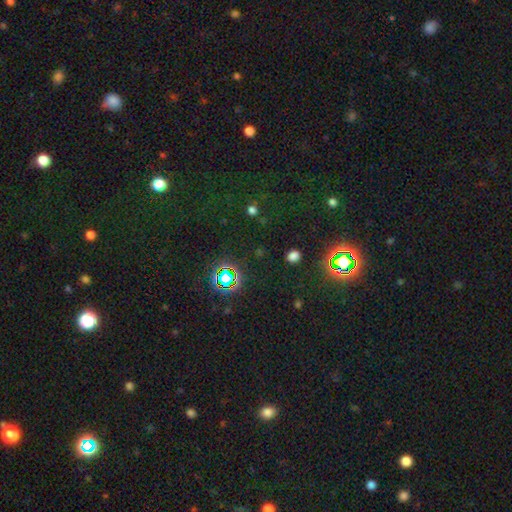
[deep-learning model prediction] A star or artifact, not a galaxy (66%).

Vote fractions:
- Smooth or featured? star or artifact: 66% / smooth: 27% / featured or disk: 7%